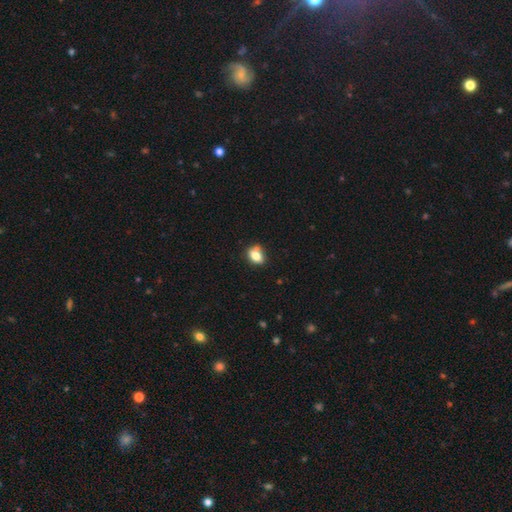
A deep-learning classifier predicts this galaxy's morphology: This appears to be a smooth galaxy with no disk features (76%) that is in between round and cigar-shaped (71%). Merging: none (54%).